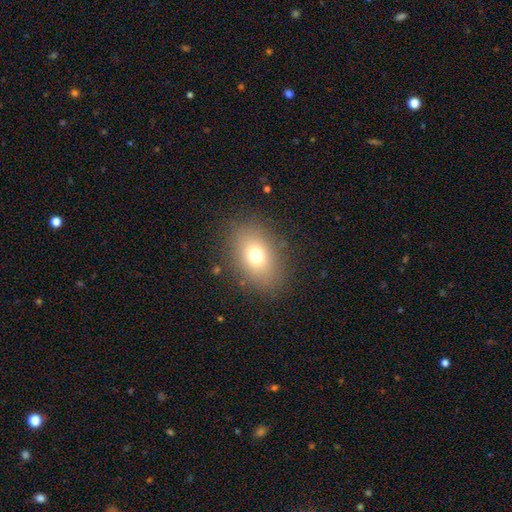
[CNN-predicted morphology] This appears to be a smooth galaxy with no disk features (72%) that is in between round and cigar-shaped (74%). Merging: none (84%).